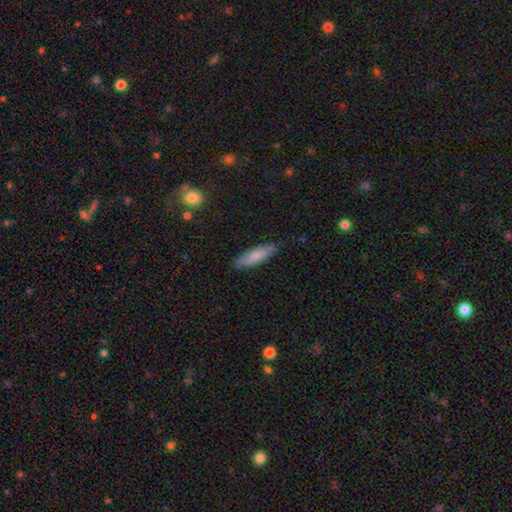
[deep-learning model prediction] smooth_or_featured: smooth (p=0.79) [alt: featured or disk p=0.15]
how_rounded: cigar-shaped (p=0.59) [alt: in between p=0.40]
merging: none (p=0.86) [alt: minor disturbance p=0.11]